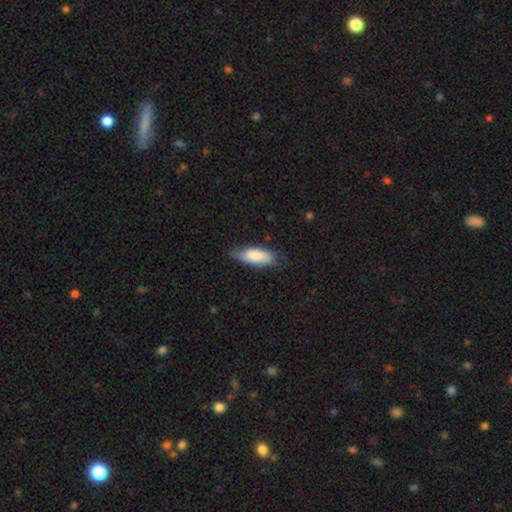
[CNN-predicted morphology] A smooth galaxy with no disk features (78%) that is in between round and cigar-shaped (73%).

Vote fractions:
- Smooth or featured? smooth: 78% / featured or disk: 16% / star or artifact: 6%
- How rounded? in between: 73% / cigar-shaped: 25% / round: 2%
- Merging? none: 62% / minor disturbance: 29% / major disturbance: 7% / merger: 2%